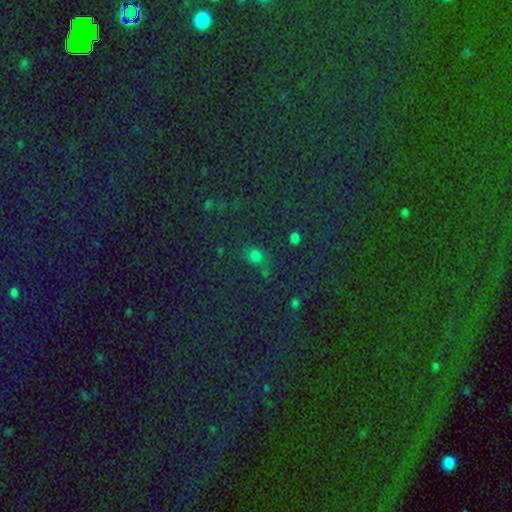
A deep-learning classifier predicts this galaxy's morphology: A smooth galaxy with no disk features (54%) that is round (64%). Merging: none (67%).